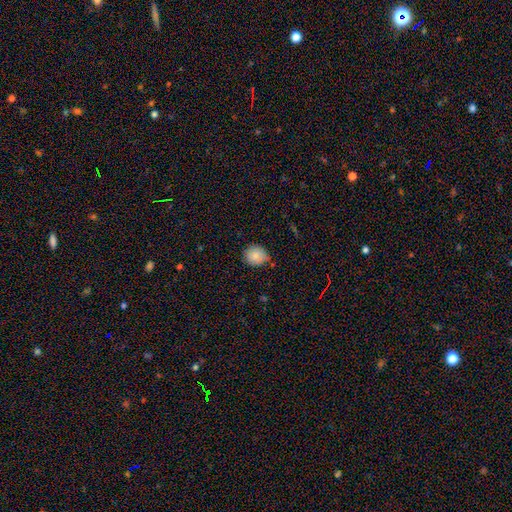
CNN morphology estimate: Smooth or featured: smooth — 86% (star or artifact — 8%)
How rounded: round — 84% (in between — 15%)
Merging: none — 74% (minor disturbance — 20%)